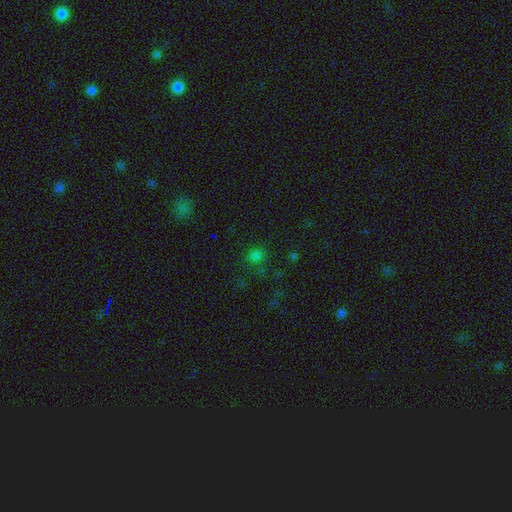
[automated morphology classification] This is likely a smooth galaxy (71%). How rounded: clearly round (84%). Merging: likely none (79%).